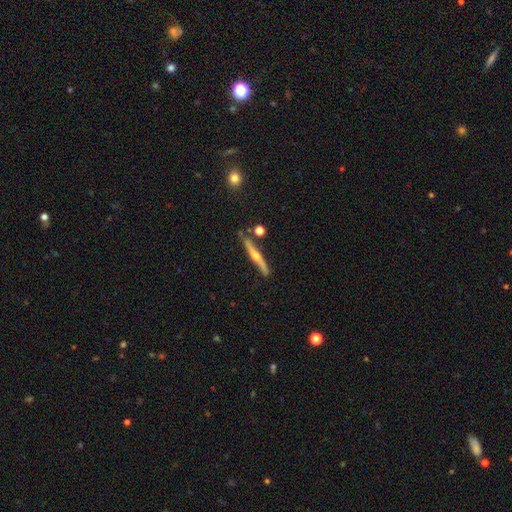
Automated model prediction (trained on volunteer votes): This appears to be a featured or disk galaxy (74%) viewed edge-on (96%) with a rounded central bulge (92%). Merging: none (80%).